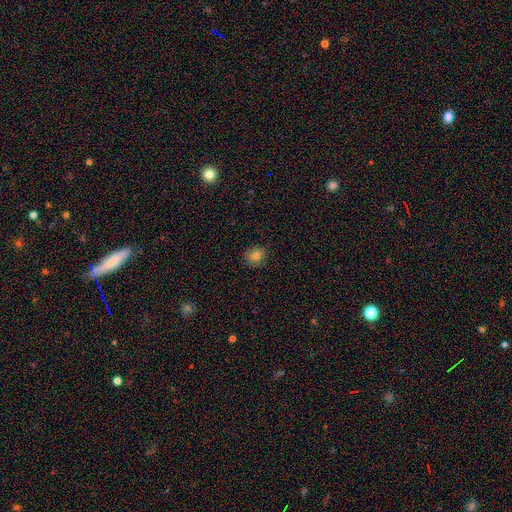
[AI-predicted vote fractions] This appears to be a smooth galaxy with no disk features (79%) that is round (79%). Merging: none (87%).